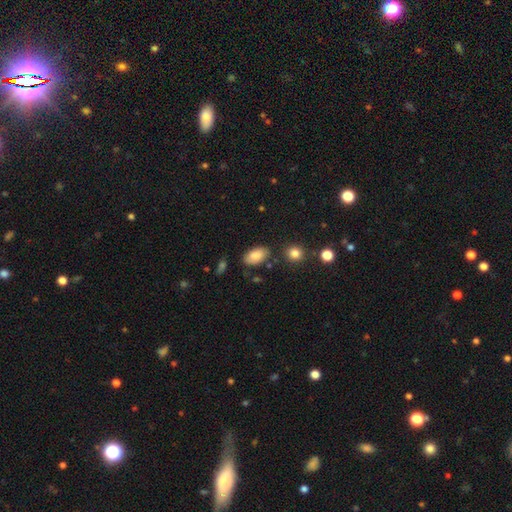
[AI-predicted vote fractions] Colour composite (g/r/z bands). It shows a smooth galaxy with no disk features (84%) that is in between round and cigar-shaped (94%). Merging: none (79%).